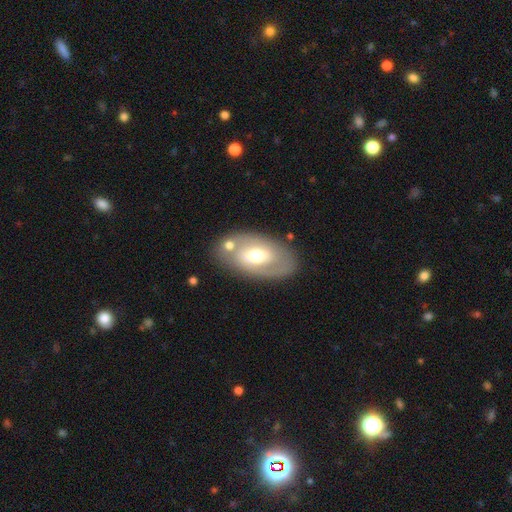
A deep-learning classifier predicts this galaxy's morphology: A featured or disk galaxy (54%). Merging: none (72%).